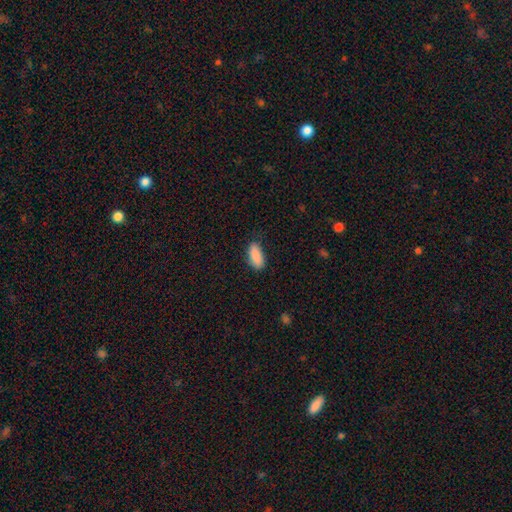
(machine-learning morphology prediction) A smooth galaxy with no disk features (90%) that is in between round and cigar-shaped (85%).

Vote fractions:
- Smooth or featured? smooth: 90% / star or artifact: 7% / featured or disk: 3%
- How rounded? in between: 85% / cigar-shaped: 12% / round: 2%
- Merging? none: 79% / minor disturbance: 16% / major disturbance: 3% / merger: 1%